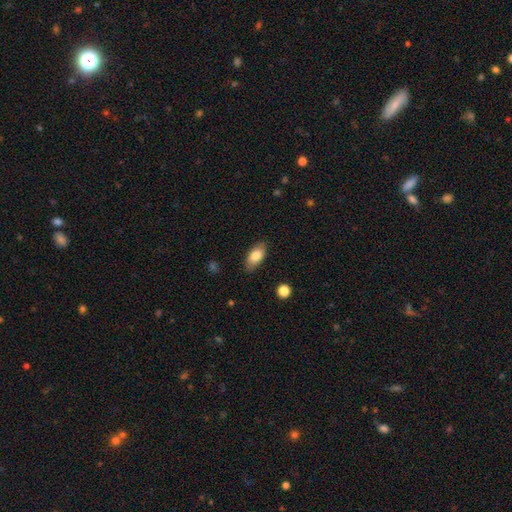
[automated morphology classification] This appears to be a smooth galaxy with no disk features (81%) that is in between round and cigar-shaped (90%). Merging: none (84%).